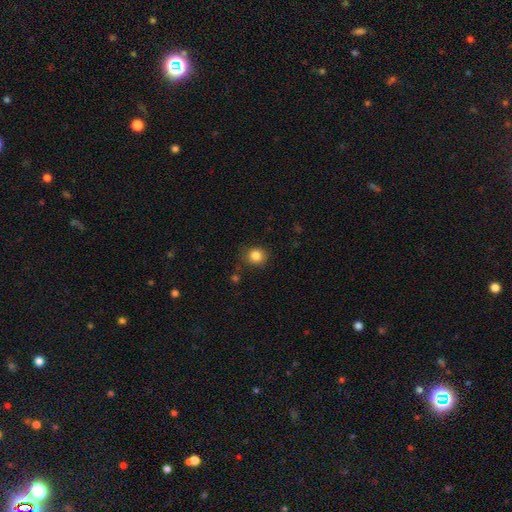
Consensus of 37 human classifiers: Smooth or featured? smooth (86%)
How rounded? round (91%)
Merging? none (83%)